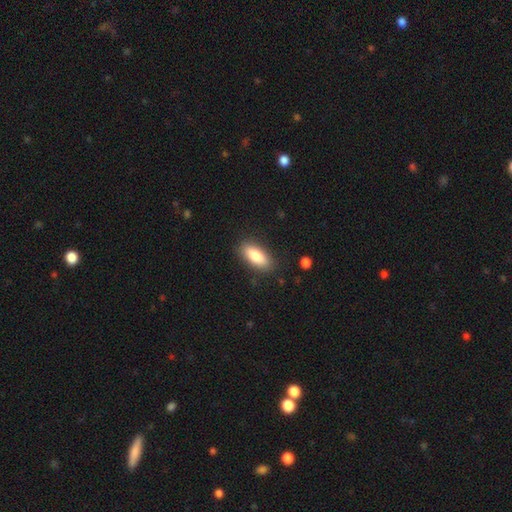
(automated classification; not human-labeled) smooth 84%, featured or disk 10%, star or artifact 6%. Down the decision tree: how rounded — in between (81%); merging — none (86%).